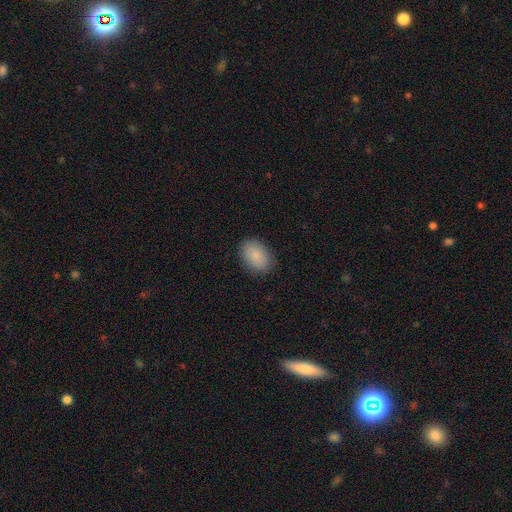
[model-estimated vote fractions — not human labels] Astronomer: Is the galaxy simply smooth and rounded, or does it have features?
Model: smooth — 87%.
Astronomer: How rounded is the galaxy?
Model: in between — 85%.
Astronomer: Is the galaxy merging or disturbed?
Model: none — 87%.